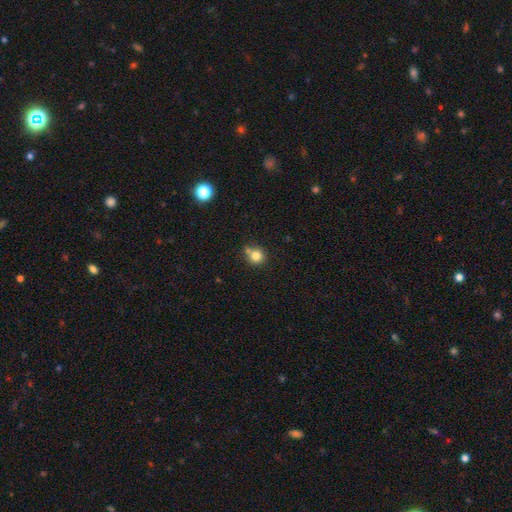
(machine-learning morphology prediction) smooth 80%, star or artifact 11%, featured or disk 8%. Down the decision tree: how rounded — round (90%); merging — none (61%).